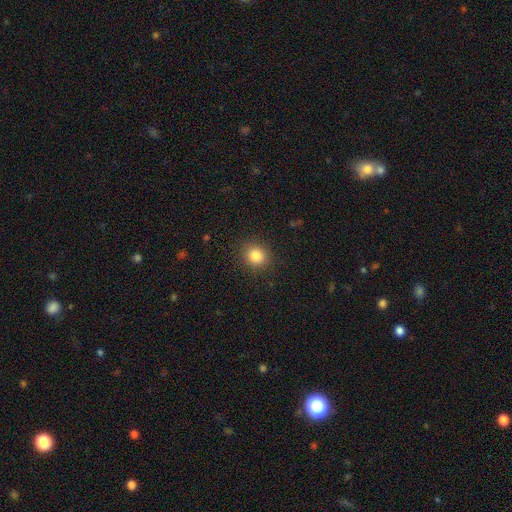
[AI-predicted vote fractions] This is clearly a smooth galaxy (84%). How rounded: likely round (80%). Merging: clearly none (89%).